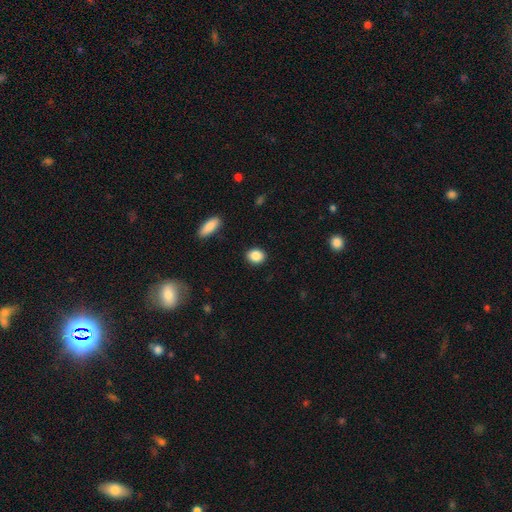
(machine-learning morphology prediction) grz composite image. It shows a smooth galaxy with no disk features (88%) that is round (56%). Merging: none (90%).